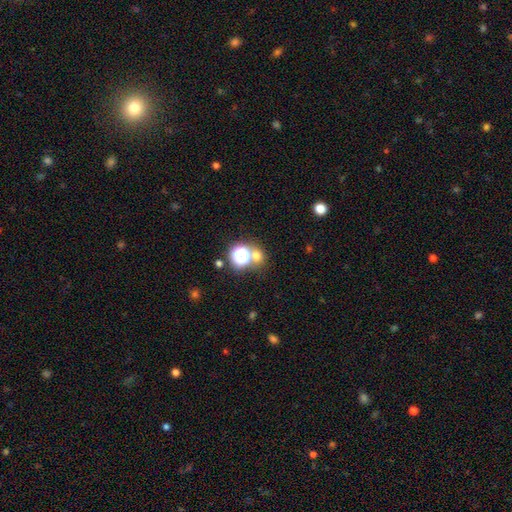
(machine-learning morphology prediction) This is likely a smooth galaxy (60%). How rounded: likely round (80%). Merging: likely none (62%).